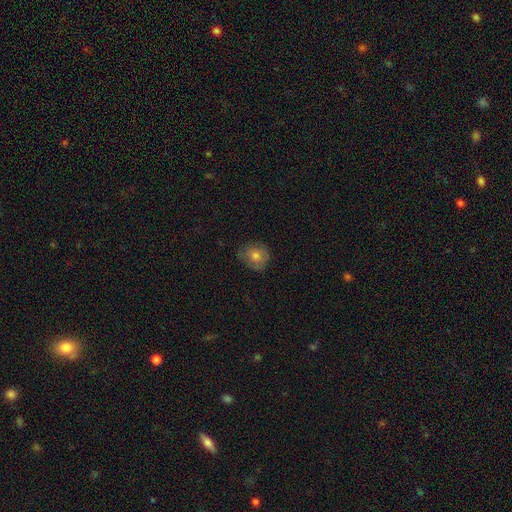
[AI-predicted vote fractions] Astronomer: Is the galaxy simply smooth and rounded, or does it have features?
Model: smooth — 66%.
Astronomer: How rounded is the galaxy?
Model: round — 79%.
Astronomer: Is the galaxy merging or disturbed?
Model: none — 71%.